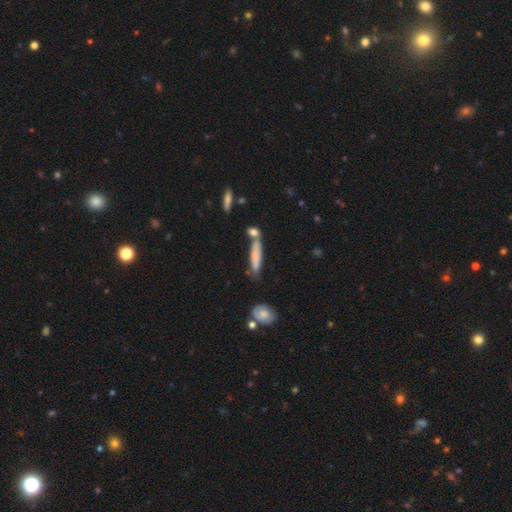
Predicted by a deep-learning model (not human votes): smooth 73%, featured or disk 19%, star or artifact 8%. Down the decision tree: how rounded — cigar-shaped (81%); merging — none (59%).